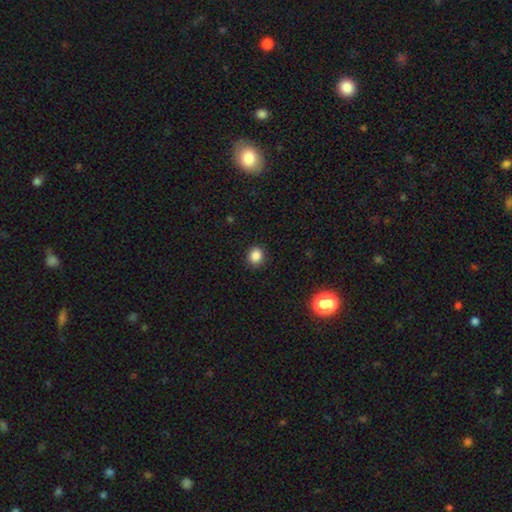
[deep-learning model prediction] Smooth or featured?
  - smooth: 85% *
  - star or artifact: 11%
  - featured or disk: 4%
How rounded?
  - round: 76% *
  - in between: 23%
  - cigar-shaped: 1%
Merging?
  - none: 90% *
  - minor disturbance: 7%
  - major disturbance: 2%
  - merger: 1%